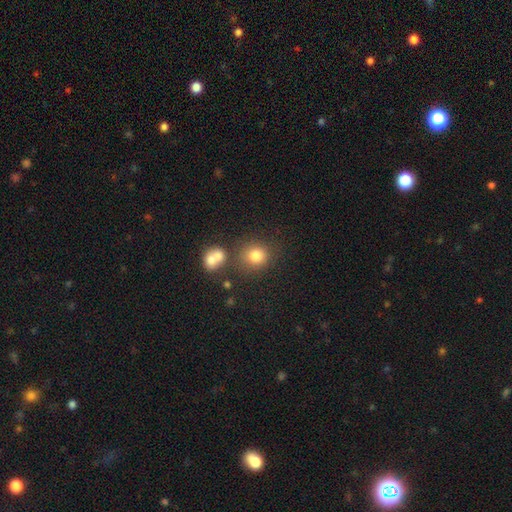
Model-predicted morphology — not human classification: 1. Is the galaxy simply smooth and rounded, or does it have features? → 80% smooth, 12% star or artifact, 7% featured or disk.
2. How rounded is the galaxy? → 83% round, 16% in between, 1% cigar-shaped.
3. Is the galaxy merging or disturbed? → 71% none, 14% merger, 11% minor disturbance, 4% major disturbance.